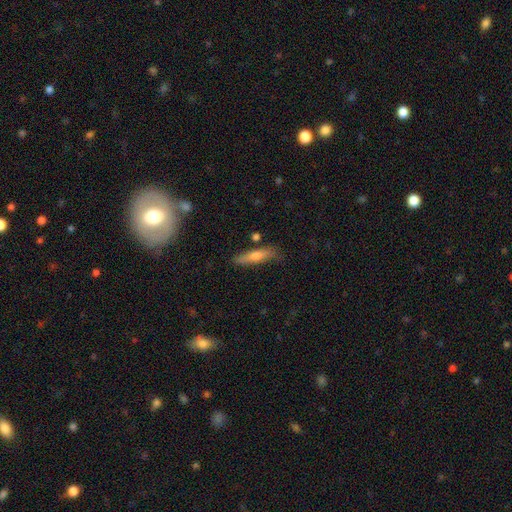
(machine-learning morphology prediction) The model was most divided on "smooth or featured": smooth: 60%, featured or disk: 34%, star or artifact: 7%. More confident: how rounded — cigar-shaped (80%); merging — none (78%).